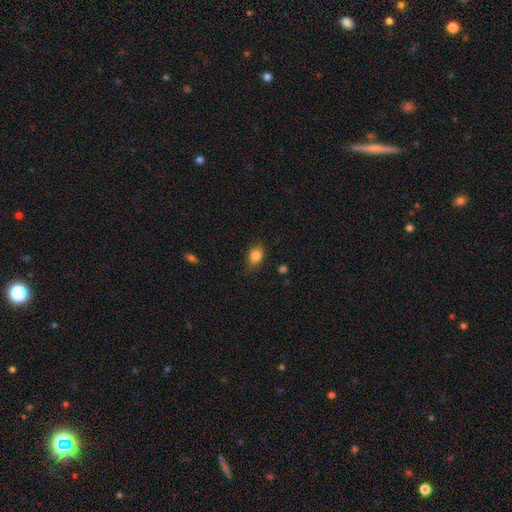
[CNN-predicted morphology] The model was most divided on "how rounded": in between: 63%, round: 36%, cigar-shaped: 2%. More confident: smooth or featured — smooth (83%); merging — none (71%).